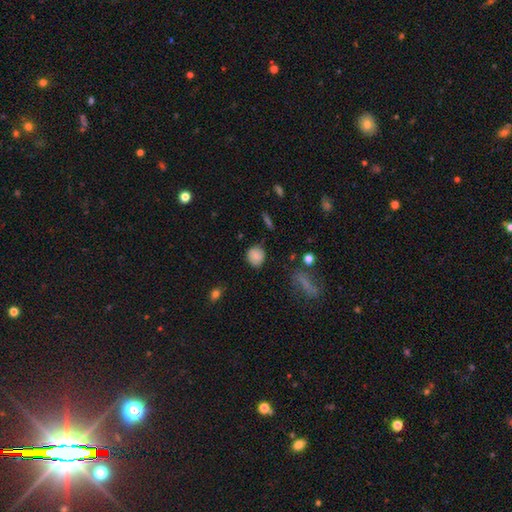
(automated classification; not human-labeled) smooth_or_featured: smooth (p=0.84) [alt: star or artifact p=0.10]
how_rounded: round (p=0.74) [alt: in between p=0.25]
merging: none (p=0.77) [alt: minor disturbance p=0.17]